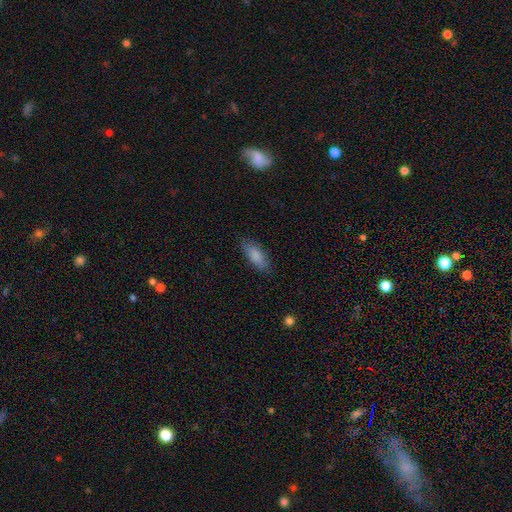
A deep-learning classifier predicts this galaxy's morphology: A smooth galaxy with no disk features (86%) that is in between round and cigar-shaped (76%). Merging: none (83%).